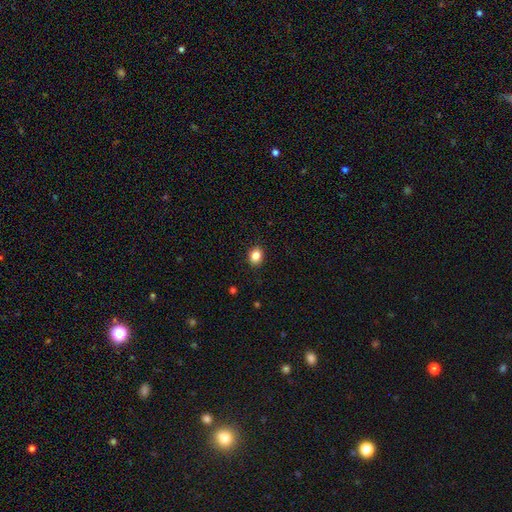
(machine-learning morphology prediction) Smooth or featured? Predicted: smooth (p=0.85). How rounded? Predicted: in between (p=0.52). Merging? Predicted: none (p=0.90).